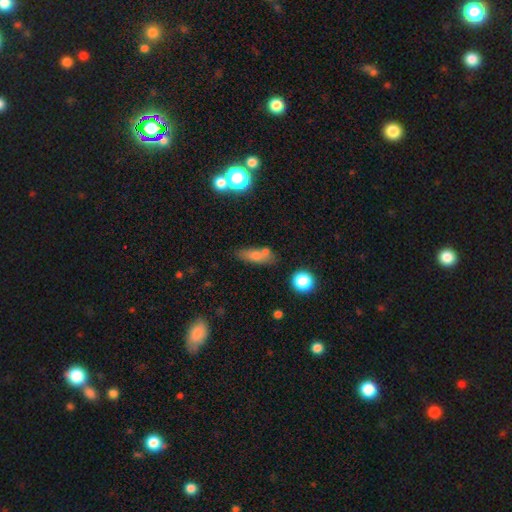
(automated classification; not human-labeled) A smooth galaxy with no disk features (66%) that is in between round and cigar-shaped (54%). Merging: none (53%).